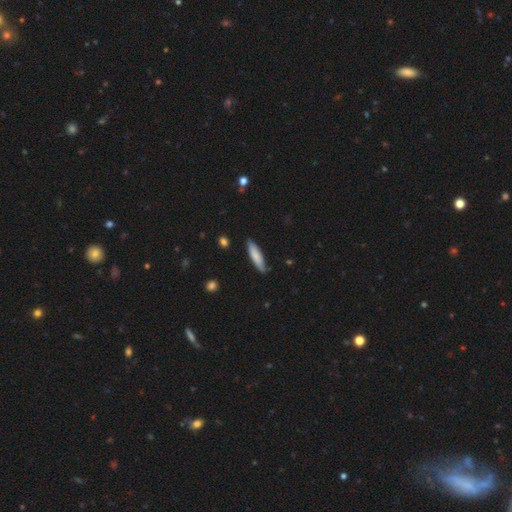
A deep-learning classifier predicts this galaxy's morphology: smooth 78%, featured or disk 17%, star or artifact 5%. Down the decision tree: how rounded — cigar-shaped (75%); merging — none (79%).